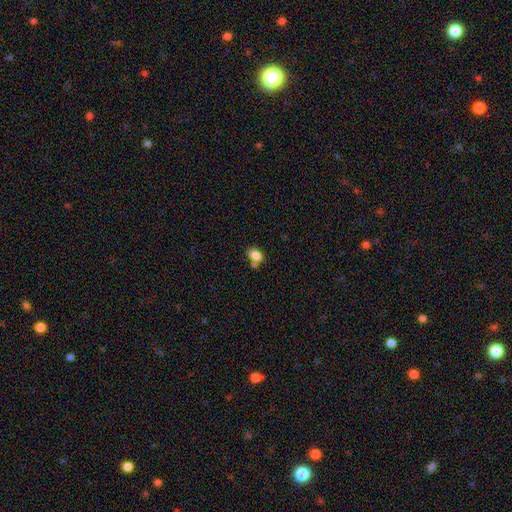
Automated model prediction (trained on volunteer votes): Smooth or featured? Predicted: smooth (p=0.83). How rounded? Predicted: in between (p=0.78). Merging? Predicted: none (p=0.56).